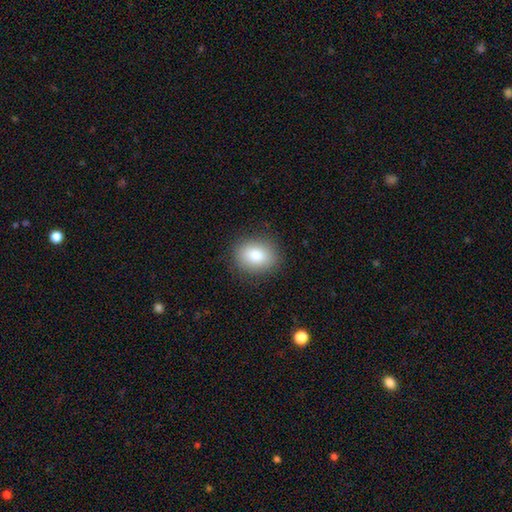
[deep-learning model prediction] smooth-or-featured: smooth: 80% | featured or disk: 11% | star or artifact: 10%
  how-rounded: round: 54% | in between: 45% | cigar-shaped: 1%
  merging: none: 88% | minor disturbance: 8% | major disturbance: 3% | merger: 1%